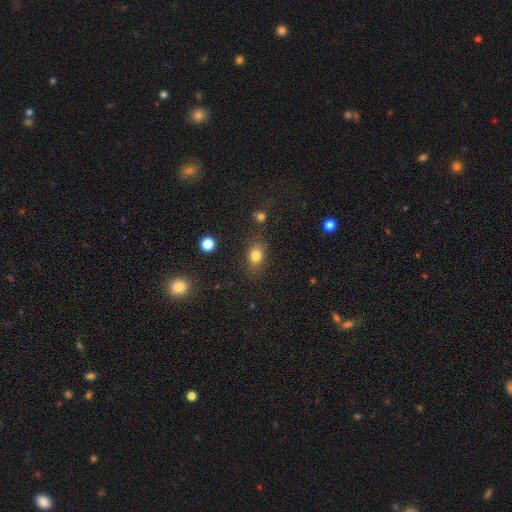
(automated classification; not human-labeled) The model was most divided on "how rounded": in between: 61%, round: 37%, cigar-shaped: 2%. More confident: smooth or featured — smooth (81%); merging — none (79%).